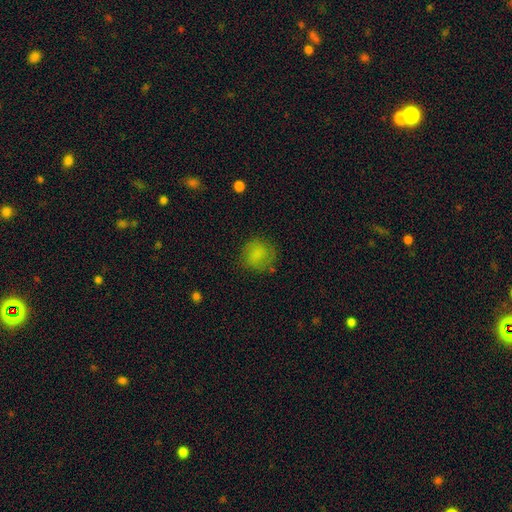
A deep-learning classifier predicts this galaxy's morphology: Smooth or featured: smooth — 76% (featured or disk — 13%)
How rounded: round — 81% (in between — 18%)
Merging: none — 75% (minor disturbance — 17%)